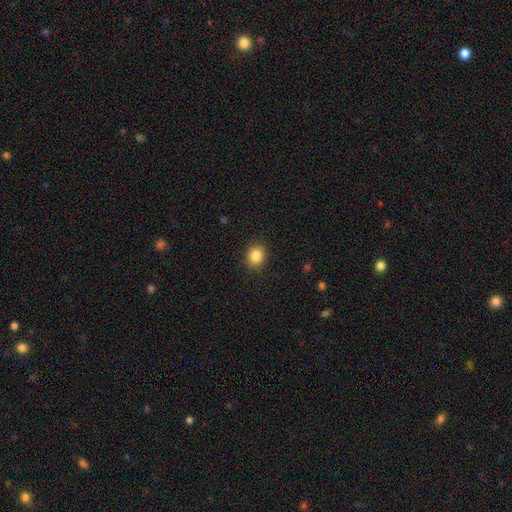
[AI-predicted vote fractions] A smooth galaxy with no disk features (85%) that is round (64%).

Vote fractions:
- Smooth or featured? smooth: 85% / star or artifact: 10% / featured or disk: 5%
- How rounded? round: 64% / in between: 35% / cigar-shaped: 1%
- Merging? none: 90% / minor disturbance: 7% / major disturbance: 2% / merger: 1%